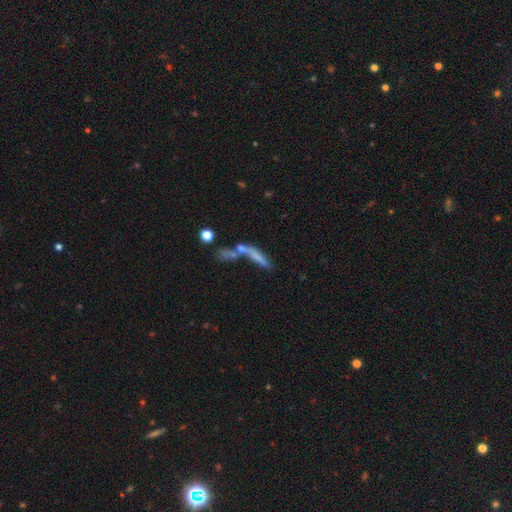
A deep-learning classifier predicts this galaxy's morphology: Overall: smooth (55%; featured or disk 33%). How rounded: cigar-shaped (78%). Merging: merger (48%; none 26%).